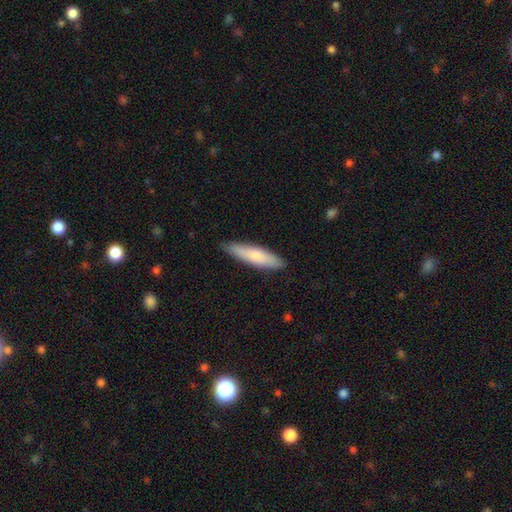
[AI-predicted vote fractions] A smooth galaxy with no disk features (72%) that is cigar-shaped (77%).

Vote fractions:
- Smooth or featured? smooth: 72% / featured or disk: 22% / star or artifact: 5%
- How rounded? cigar-shaped: 77% / in between: 22% / round: 1%
- Merging? none: 86% / minor disturbance: 11% / major disturbance: 2% / merger: 1%